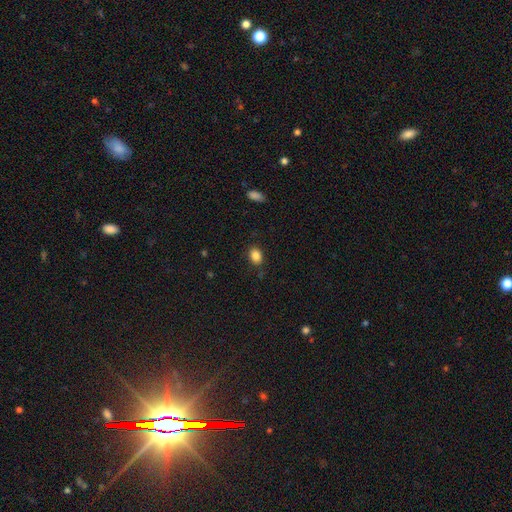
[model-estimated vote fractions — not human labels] This appears to be a smooth galaxy with no disk features (85%) that is in between round and cigar-shaped (66%). Merging: none (85%).